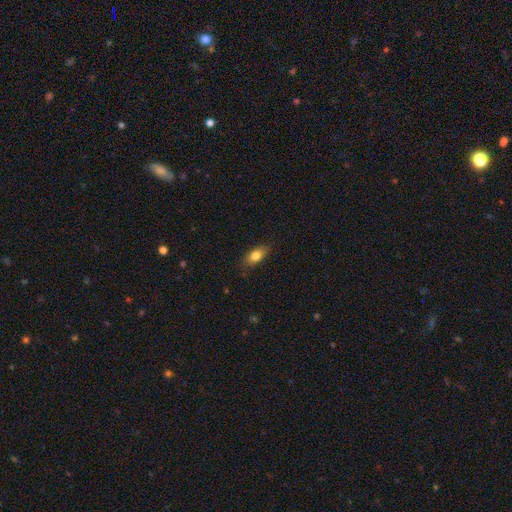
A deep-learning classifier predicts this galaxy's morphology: This is clearly a smooth galaxy (81%). How rounded: clearly in between (83%). Merging: clearly none (82%).